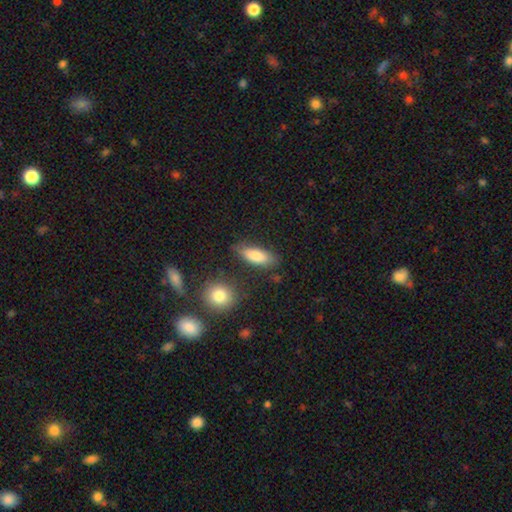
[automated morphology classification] smooth_or_featured: smooth (p=0.80) [alt: featured or disk p=0.13]
how_rounded: in between (p=0.75) [alt: cigar-shaped p=0.22]
merging: none (p=0.75) [alt: minor disturbance p=0.17]